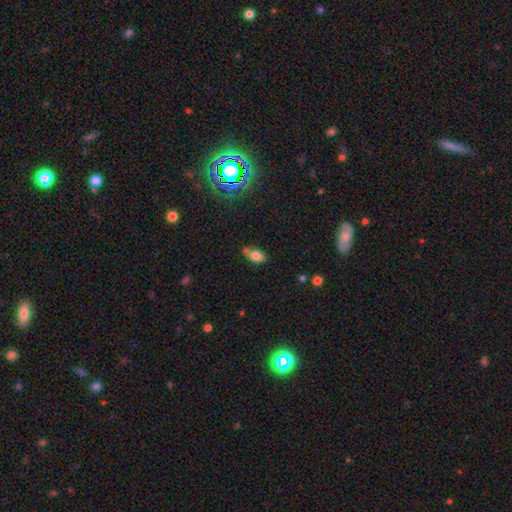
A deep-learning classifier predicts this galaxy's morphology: The model was most divided on "merging": none: 48%, minor disturbance: 35%, merger: 9%, major disturbance: 8%. More confident: how rounded — in between (85%); smooth or featured — smooth (77%).